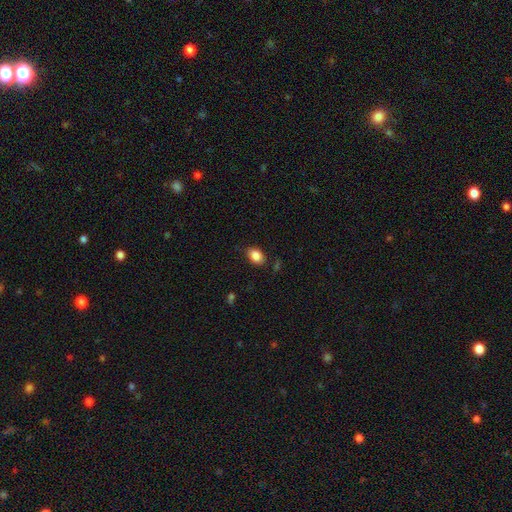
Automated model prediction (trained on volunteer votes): Smooth or featured: smooth — 86% (star or artifact — 9%)
How rounded: in between — 81% (round — 18%)
Merging: none — 81% (minor disturbance — 14%)